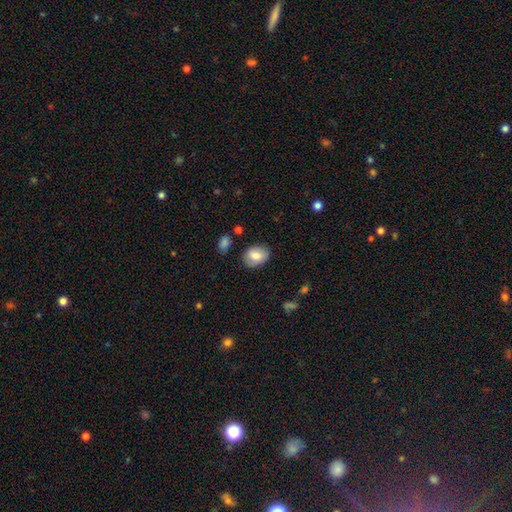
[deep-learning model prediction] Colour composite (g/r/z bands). It shows a smooth galaxy with no disk features (78%) that is in between round and cigar-shaped (68%). Merging: none (80%).